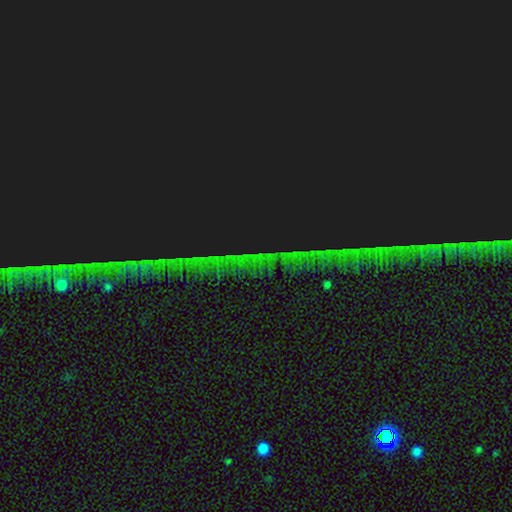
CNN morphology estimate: A star or artifact, not a galaxy (85%).